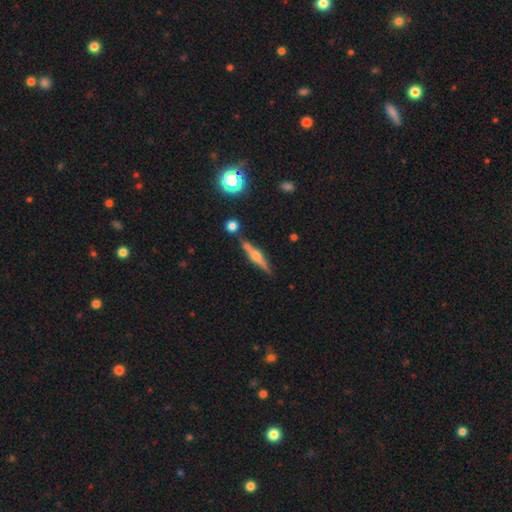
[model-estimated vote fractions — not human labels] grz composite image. It shows a featured or disk galaxy (70%) viewed edge-on (97%) with a rounded central bulge (87%). Merging: none (78%).